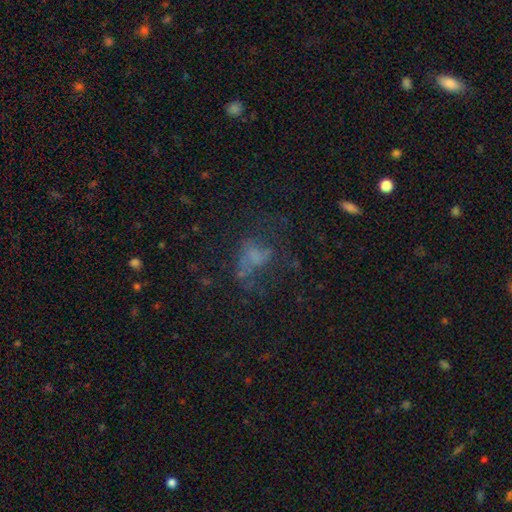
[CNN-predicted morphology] Smooth or featured?
  - featured or disk: 38% * (tied)
  - smooth: 38% * (tied)
  - star or artifact: 24%
Merging?
  - major disturbance: 42% *
  - none: 34%
  - minor disturbance: 17%
  - merger: 7%